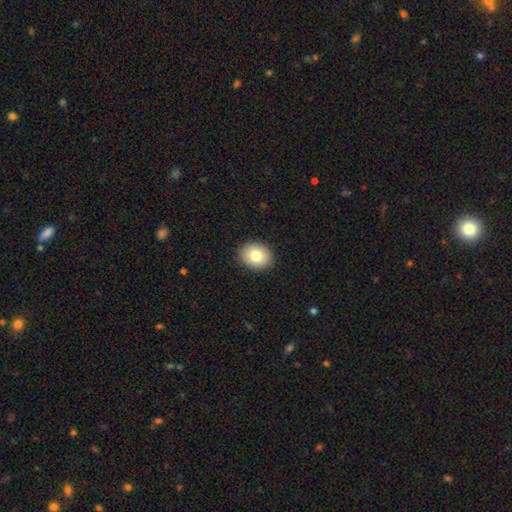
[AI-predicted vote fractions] Overall: smooth (80%). How rounded: round (56%; in between 44%). Merging: none (90%).